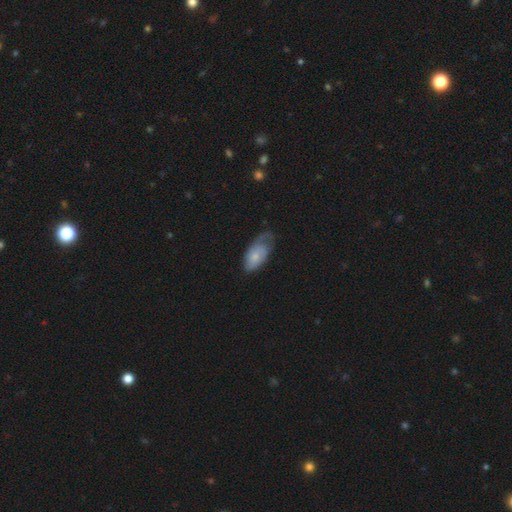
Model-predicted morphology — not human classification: Smooth or featured?
  - smooth: 57% *
  - featured or disk: 36%
  - star or artifact: 6%
How rounded?
  - in between: 91% *
  - cigar-shaped: 5%
  - round: 4%
Merging?
  - minor disturbance: 37% * (tied)
  - none: 37% * (tied)
  - major disturbance: 24%
  - merger: 2%